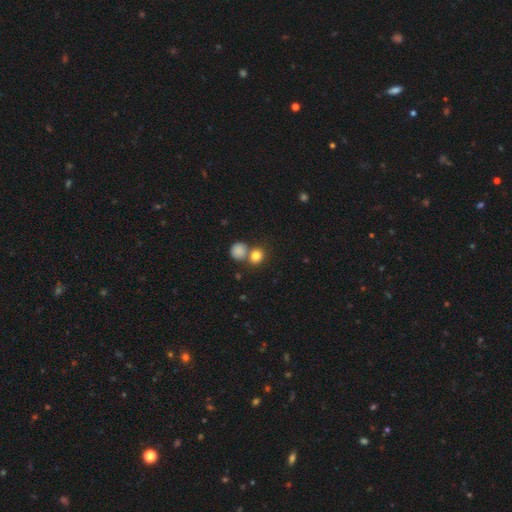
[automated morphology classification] Smooth or featured?
  - smooth: 82% *
  - star or artifact: 11%
  - featured or disk: 7%
How rounded?
  - round: 78% *
  - in between: 21%
  - cigar-shaped: 1%
Merging?
  - none: 55% *
  - merger: 34%
  - minor disturbance: 8%
  - major disturbance: 3%